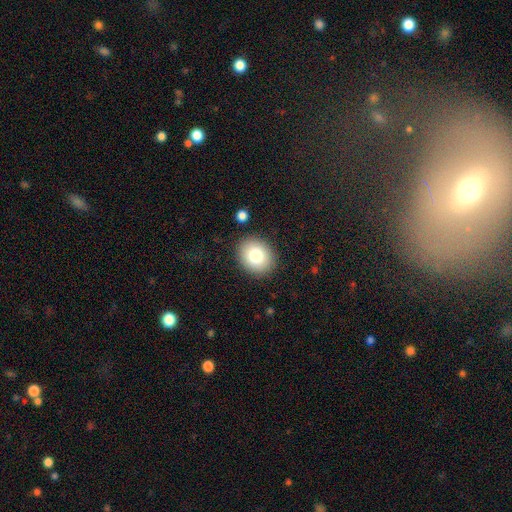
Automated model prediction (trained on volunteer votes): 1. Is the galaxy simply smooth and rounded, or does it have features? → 81% smooth, 10% featured or disk, 9% star or artifact.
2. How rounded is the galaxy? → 62% round, 37% in between, 1% cigar-shaped.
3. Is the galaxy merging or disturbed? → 88% none, 8% minor disturbance, 2% major disturbance, 2% merger.